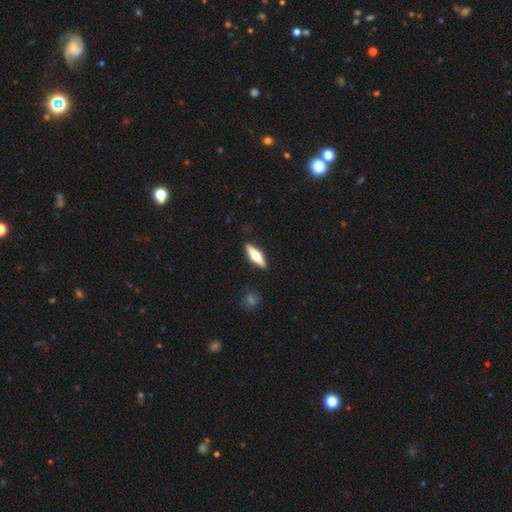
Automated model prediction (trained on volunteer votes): Q: Smooth or featured?
A: featured or disk (60%); runner-up: smooth (35%)
Q: Edge-on disk?
A: yes (95%); runner-up: no (5%)
Q: Edge-on bulge?
A: rounded (95%); runner-up: boxy (3%)
Q: Merging?
A: none (90%); runner-up: minor disturbance (7%)